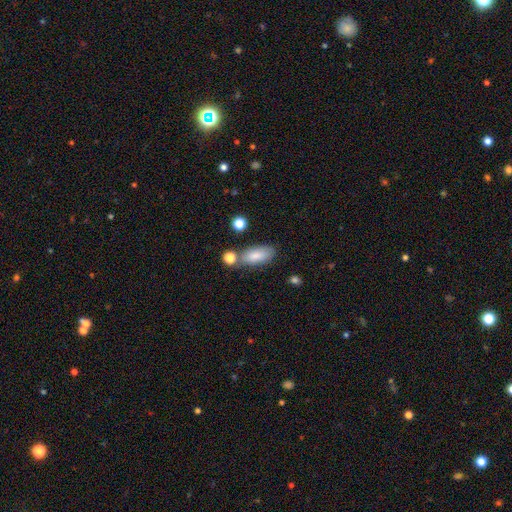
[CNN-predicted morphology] The model was most divided on "merging": none: 64%, minor disturbance: 18%, merger: 13%, major disturbance: 5%. More confident: how rounded — in between (84%); smooth or featured — smooth (83%).